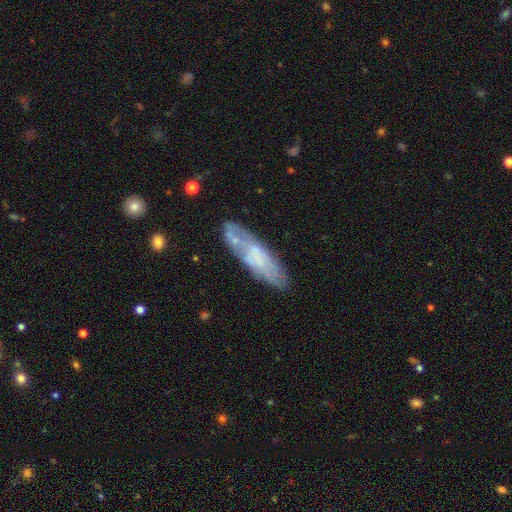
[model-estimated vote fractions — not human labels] This appears to be a featured or disk galaxy (48%). Merging: none (68%).